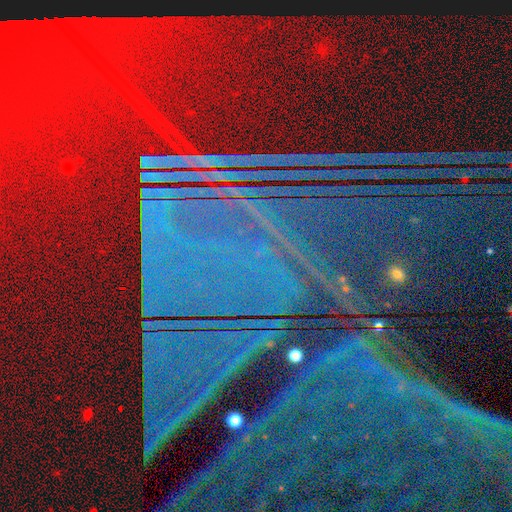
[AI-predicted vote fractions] This is clearly a star or artifact rather than a galaxy (90%).